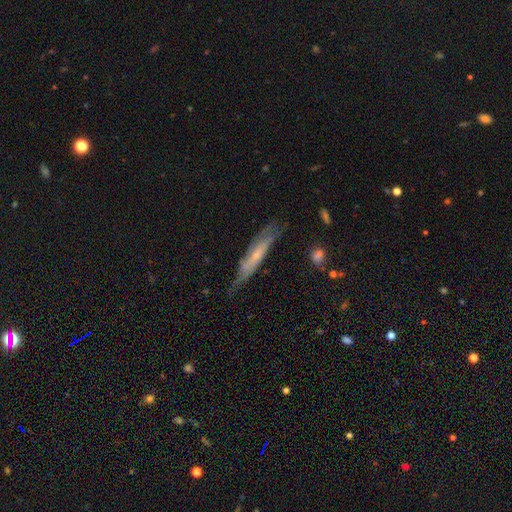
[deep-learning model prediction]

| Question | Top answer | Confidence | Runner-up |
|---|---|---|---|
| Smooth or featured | featured or disk | 57% | smooth (37%) |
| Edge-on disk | yes | 61% | no (39%) |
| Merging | none | 64% | minor disturbance (26%) |